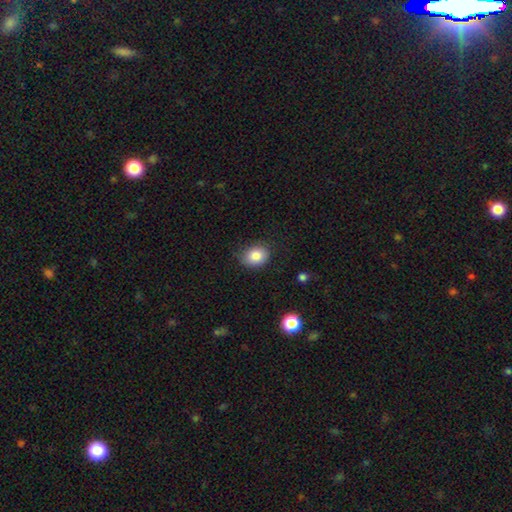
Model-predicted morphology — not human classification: type=smooth (84%); roundness=in between (53%); merging=none (77%).